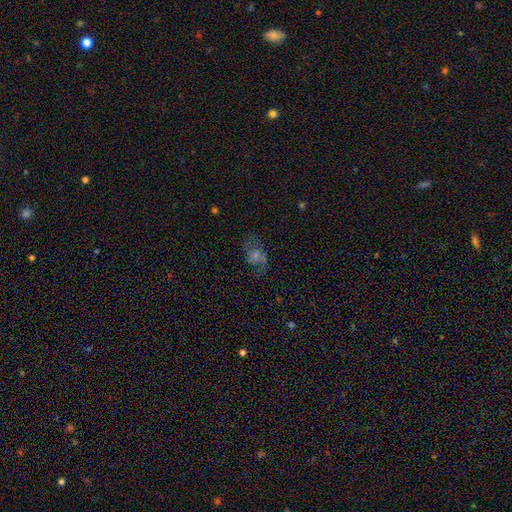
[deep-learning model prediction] This is possibly a featured or disk galaxy (50%). It is clearly not viewed edge-on (95%). Merging: possibly none (59%).